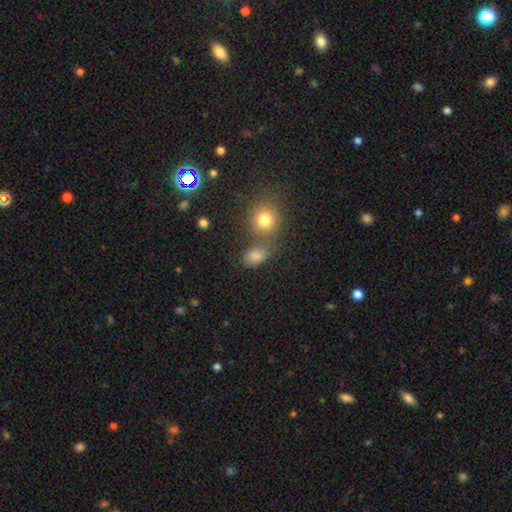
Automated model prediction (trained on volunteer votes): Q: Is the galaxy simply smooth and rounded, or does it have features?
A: smooth — 79%.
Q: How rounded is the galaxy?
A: in between — 62%.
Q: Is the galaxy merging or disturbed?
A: none — 54%.